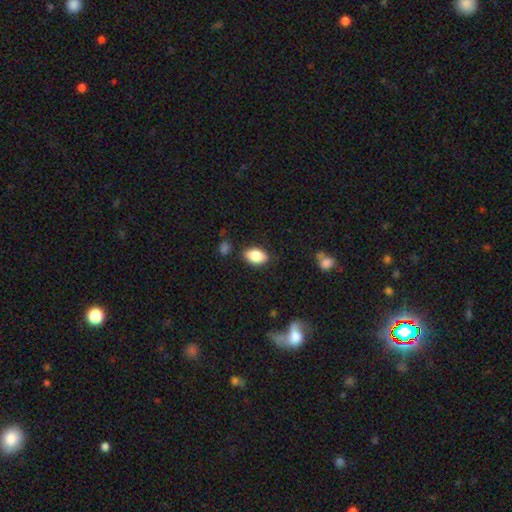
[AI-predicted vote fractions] The model was most divided on "merging": none: 84%, minor disturbance: 11%, major disturbance: 3%, merger: 2%. More confident: how rounded — in between (90%); smooth or featured — smooth (85%).